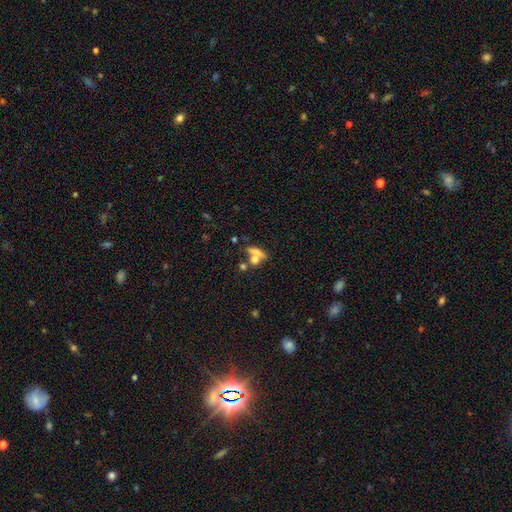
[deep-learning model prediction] smooth_or_featured: smooth (p=0.58) [alt: featured or disk p=0.29]
how_rounded: in between (p=0.39) [alt: cigar-shaped p=0.34]
merging: merger (p=0.43) [alt: none p=0.40]